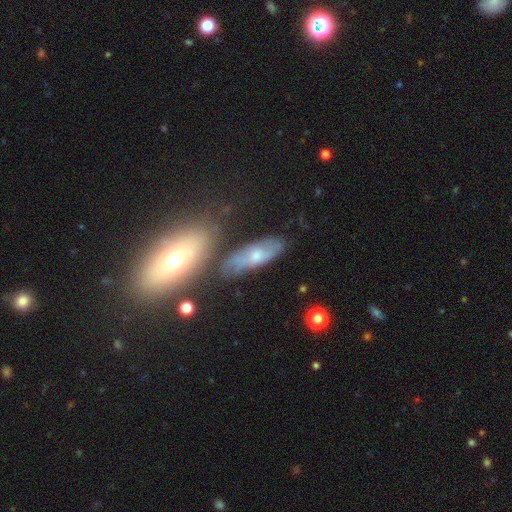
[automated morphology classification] A featured or disk galaxy (46%). Merging: none (62%).